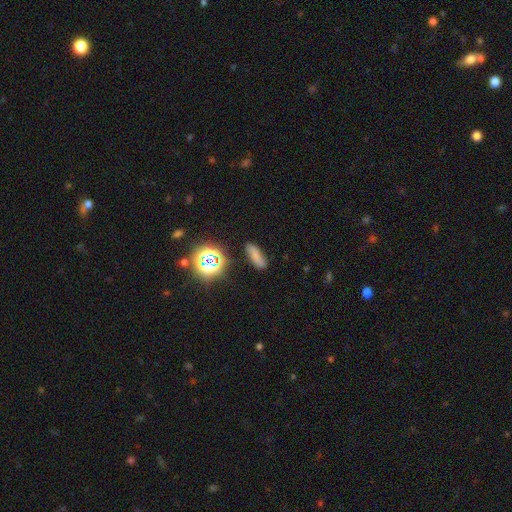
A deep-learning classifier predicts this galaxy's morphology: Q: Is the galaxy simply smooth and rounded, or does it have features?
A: smooth — 69%.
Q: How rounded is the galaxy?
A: cigar-shaped — 48%.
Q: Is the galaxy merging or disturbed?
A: none — 81%.